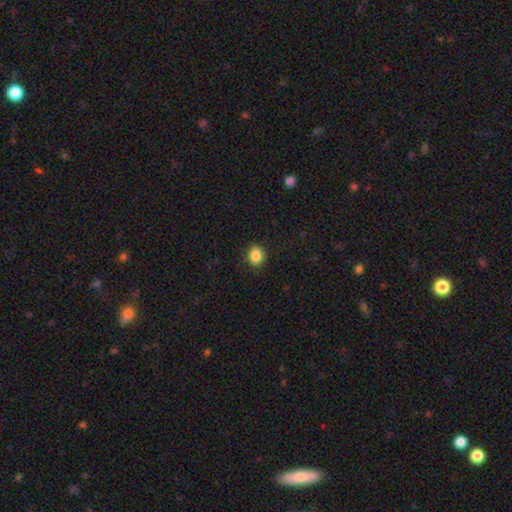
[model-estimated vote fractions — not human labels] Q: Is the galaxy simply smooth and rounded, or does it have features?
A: smooth — 86%.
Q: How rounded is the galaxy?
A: round — 75%.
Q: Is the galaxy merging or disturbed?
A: none — 88%.